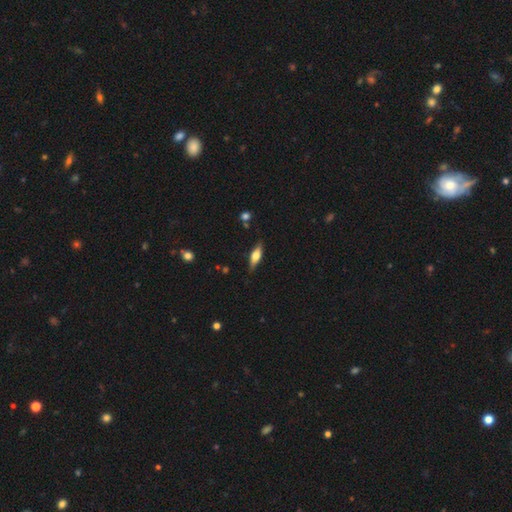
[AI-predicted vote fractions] Smooth or featured: smooth — 50% (featured or disk — 43%)
How rounded: in between — 55% (cigar-shaped — 42%)
Merging: none — 82% (minor disturbance — 13%)